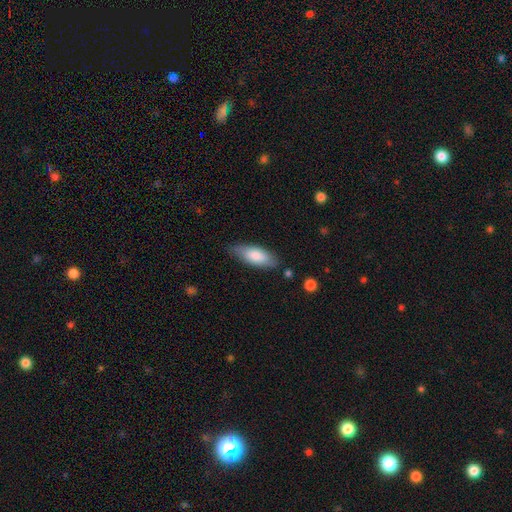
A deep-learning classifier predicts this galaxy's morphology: The model was most divided on "how rounded": in between: 74%, cigar-shaped: 24%, round: 2%. More confident: smooth or featured — smooth (80%); merging — none (77%).